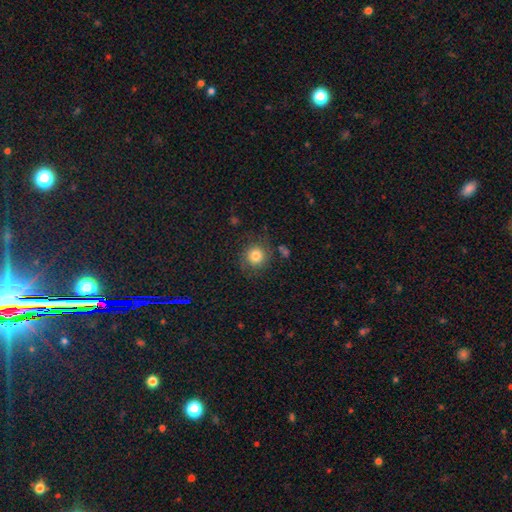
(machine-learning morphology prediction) This appears to be a smooth galaxy with no disk features (73%) that is round (90%). Merging: none (75%).